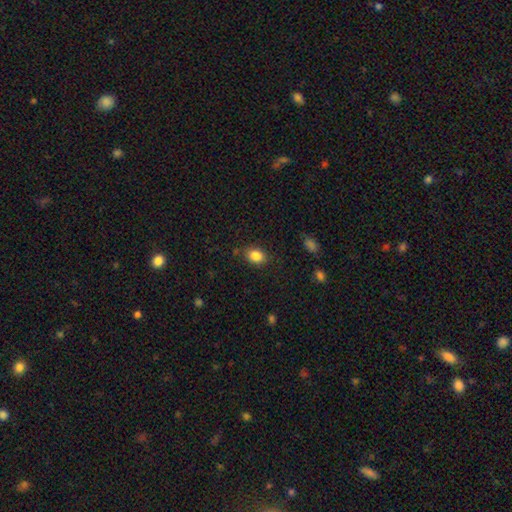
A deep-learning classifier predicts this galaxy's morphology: This is clearly a smooth galaxy (84%). How rounded: likely in between (69%). Merging: clearly none (83%).